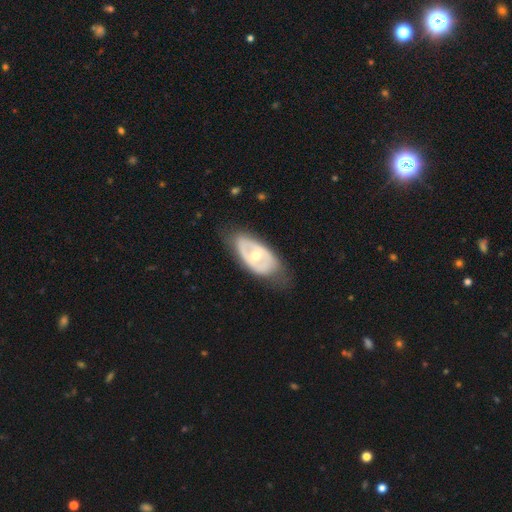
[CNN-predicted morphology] A featured or disk galaxy (64%) with no bar (62%), no spiral arms (74%) and a moderate central bulge (61%).

Vote fractions:
- Smooth or featured? featured or disk: 64% / smooth: 31% / star or artifact: 5%
- Edge-on disk? no: 89% / yes: 11%
- Bar? no: 62% / weak: 25% / strong: 13%
- Spiral arms? no: 74% / yes: 26%
- Bulge size? moderate: 61% / small: 33% / large: 4% / none: 1% / dominant: 1%
- Merging? none: 64% / minor disturbance: 24% / major disturbance: 11% / merger: 1%